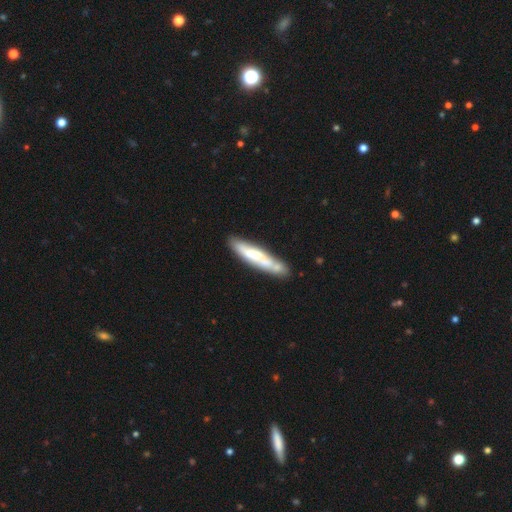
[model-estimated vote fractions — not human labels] Q: Smooth or featured?
A: featured or disk (54%); runner-up: smooth (41%)
Q: Edge-on disk?
A: yes (56%); runner-up: no (44%)
Q: Merging?
A: none (67%); runner-up: minor disturbance (17%)